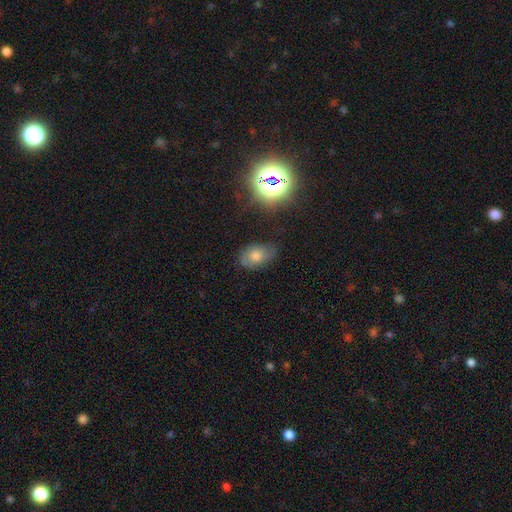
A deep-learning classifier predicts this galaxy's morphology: This appears to be a smooth galaxy with no disk features (54%) that is in between round and cigar-shaped (77%). Merging: none (70%).